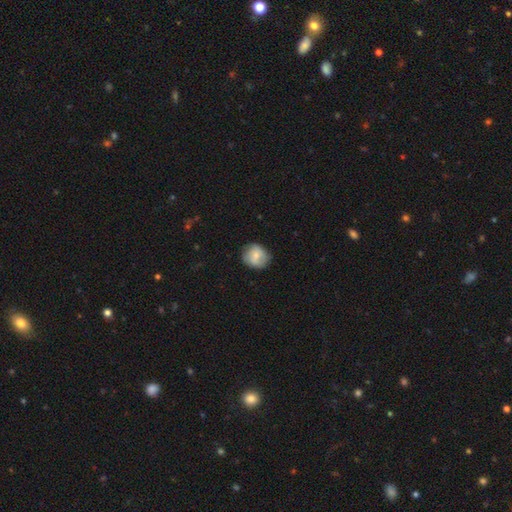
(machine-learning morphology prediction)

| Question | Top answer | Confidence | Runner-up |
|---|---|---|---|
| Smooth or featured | smooth | 66% | featured or disk (27%) |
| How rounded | round | 79% | in between (20%) |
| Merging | none | 76% | minor disturbance (18%) |